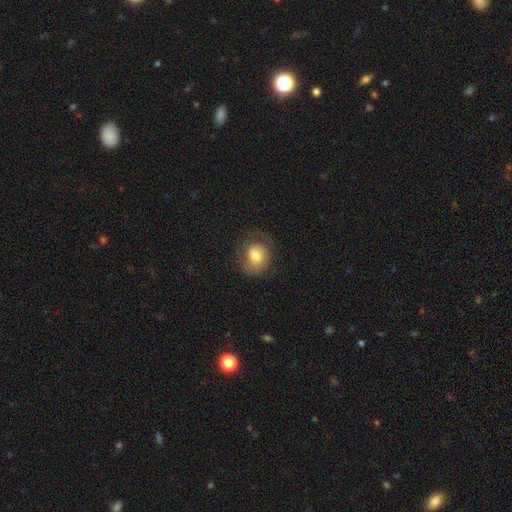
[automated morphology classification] This is likely a smooth galaxy (62%). How rounded: likely round (62%). Merging: likely none (63%).